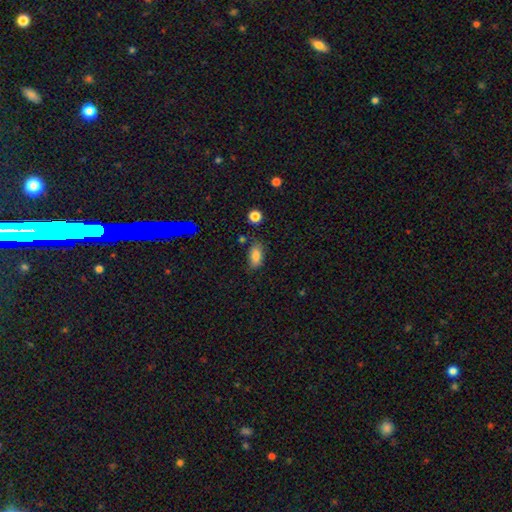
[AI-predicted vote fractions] Smooth or featured?
  - smooth: 84% *
  - star or artifact: 10%
  - featured or disk: 6%
How rounded?
  - in between: 89% *
  - round: 6%
  - cigar-shaped: 4%
Merging?
  - none: 74% *
  - minor disturbance: 18%
  - major disturbance: 4%
  - merger: 4%